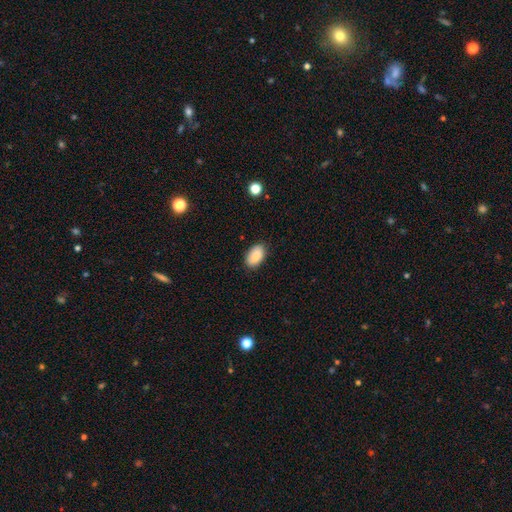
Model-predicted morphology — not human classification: This appears to be a smooth galaxy with no disk features (86%) that is in between round and cigar-shaped (93%). Merging: none (85%).